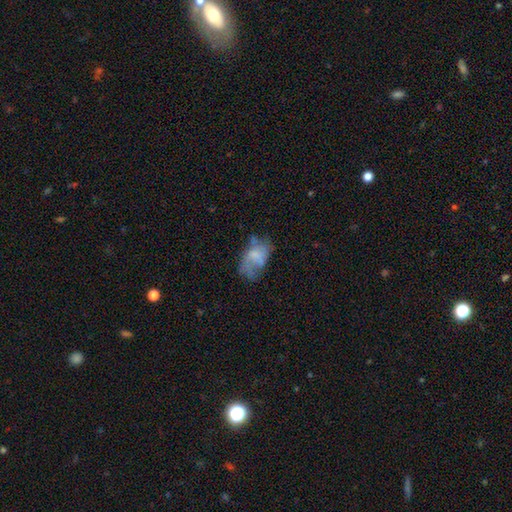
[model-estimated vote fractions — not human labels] Overall: smooth (46%; featured or disk 44%). Merging: none (34%, tied with major disturbance).